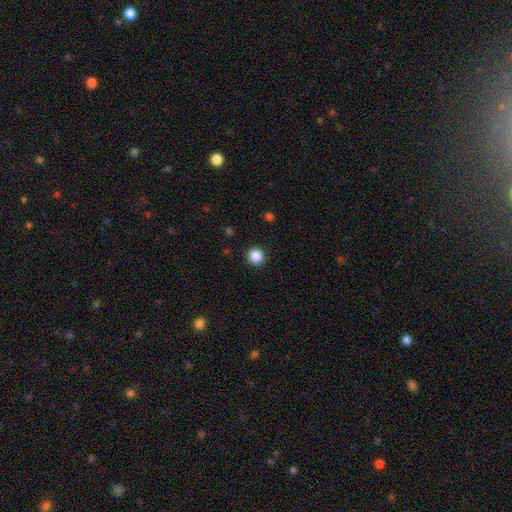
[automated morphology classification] A smooth galaxy with no disk features (87%) that is round (94%).

Vote fractions:
- Smooth or featured? smooth: 87% / star or artifact: 10% / featured or disk: 3%
- How rounded? round: 94% / in between: 5% / cigar-shaped: 1%
- Merging? none: 92% / minor disturbance: 5% / major disturbance: 2% / merger: 1%